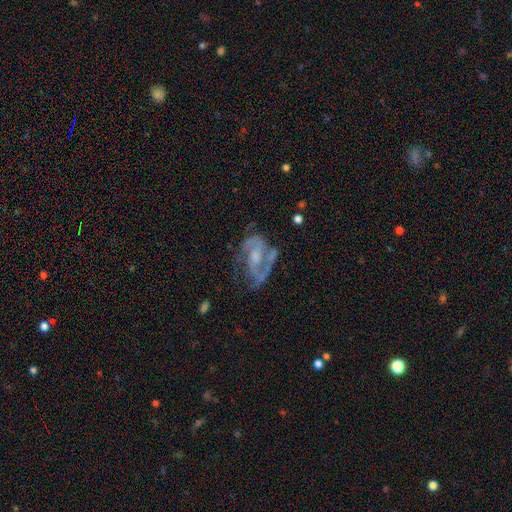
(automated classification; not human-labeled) featured or disk 79%, smooth 13%, star or artifact 8%. Down the decision tree: edge-on disk — no (97%); bar — no (52%); spiral arms — yes (84%); spiral arm count — 2 (67%); spiral winding — medium (49%); bulge size — moderate (37%); merging — none (46%).